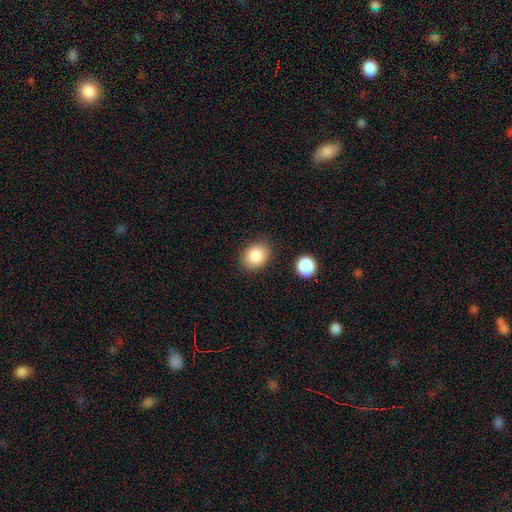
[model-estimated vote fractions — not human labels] Overall: smooth (87%). How rounded: in between (58%; round 41%). Merging: none (83%).